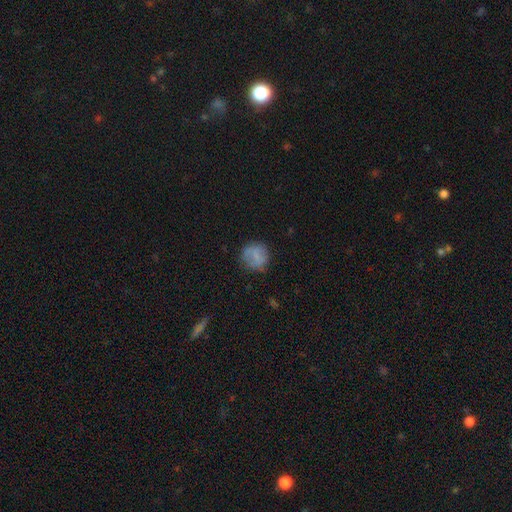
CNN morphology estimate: A smooth galaxy with no disk features (71%) that is round (87%). Merging: none (74%).